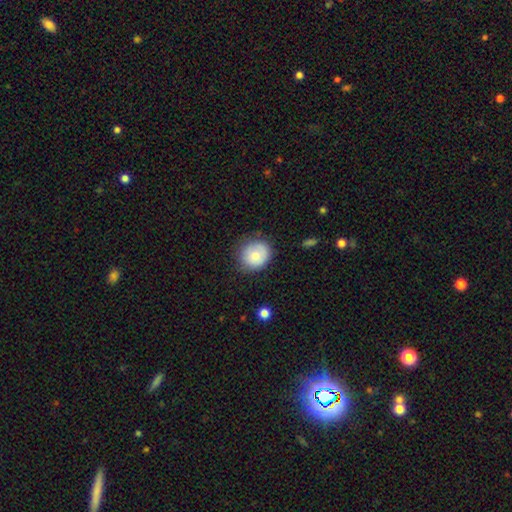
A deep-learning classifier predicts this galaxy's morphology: A smooth galaxy with no disk features (76%) that is round (81%).

Vote fractions:
- Smooth or featured? smooth: 76% / featured or disk: 16% / star or artifact: 8%
- How rounded? round: 81% / in between: 18% / cigar-shaped: 1%
- Merging? none: 74% / minor disturbance: 20% / major disturbance: 5% / merger: 2%